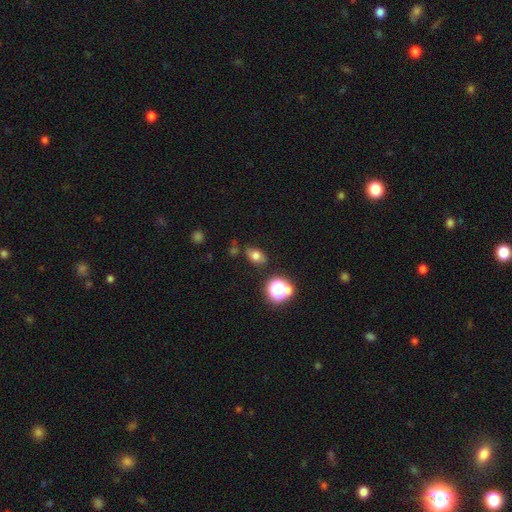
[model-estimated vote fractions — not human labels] smooth 70%, star or artifact 17%, featured or disk 13%. Down the decision tree: how rounded — in between (78%); merging — none (74%).